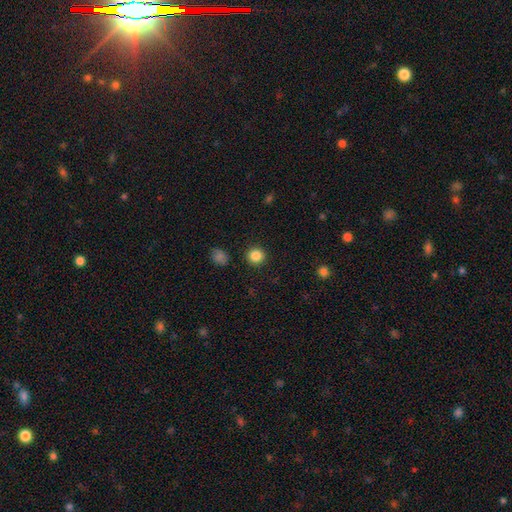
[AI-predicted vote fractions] A smooth galaxy with no disk features (85%) that is round (91%).

Vote fractions:
- Smooth or featured? smooth: 85% / star or artifact: 11% / featured or disk: 4%
- How rounded? round: 91% / in between: 8% / cigar-shaped: 1%
- Merging? none: 92% / minor disturbance: 5% / major disturbance: 2% / merger: 1%